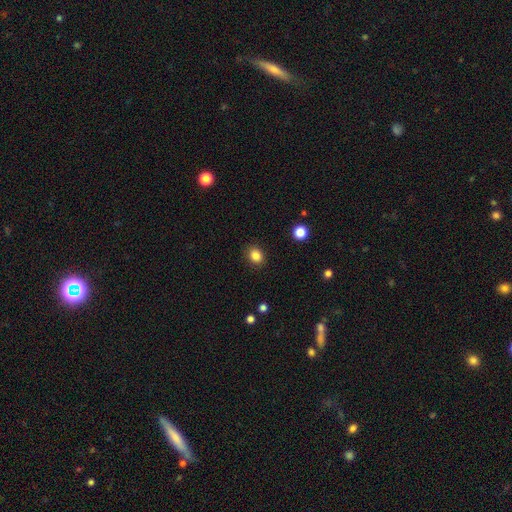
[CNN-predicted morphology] A smooth galaxy with no disk features (85%) that is round (62%). Merging: none (90%).